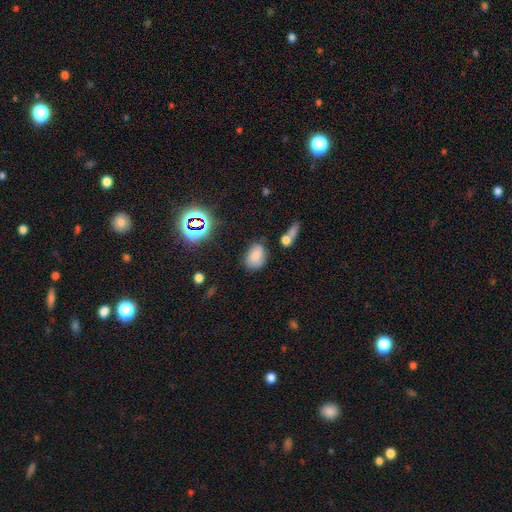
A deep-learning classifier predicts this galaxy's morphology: Q: Smooth or featured?
A: smooth (75%); runner-up: star or artifact (15%)
Q: How rounded?
A: in between (75%); runner-up: round (24%)
Q: Merging?
A: none (67%); runner-up: minor disturbance (19%)